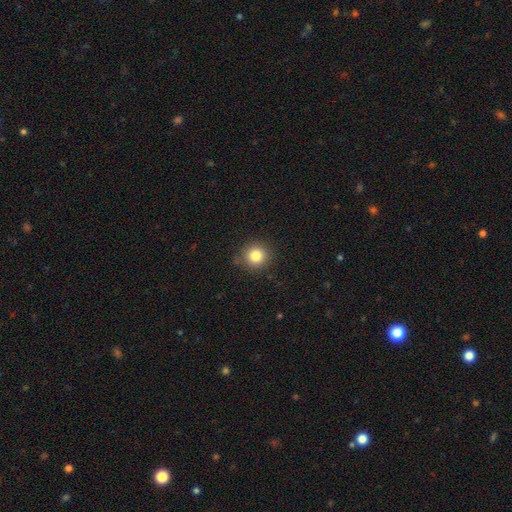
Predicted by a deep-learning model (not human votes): Q: Smooth or featured?
A: smooth (82%); runner-up: star or artifact (11%)
Q: How rounded?
A: round (92%); runner-up: in between (7%)
Q: Merging?
A: none (86%); runner-up: minor disturbance (9%)